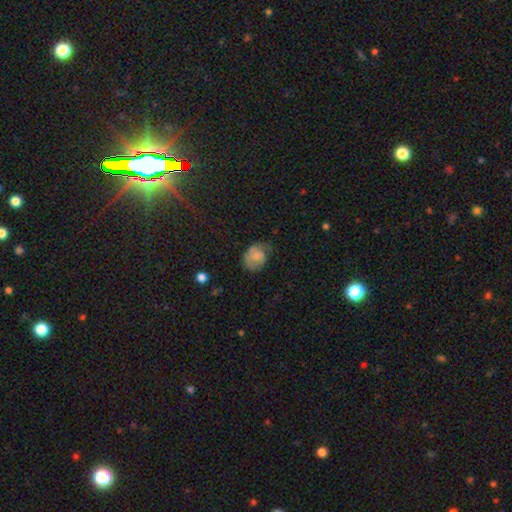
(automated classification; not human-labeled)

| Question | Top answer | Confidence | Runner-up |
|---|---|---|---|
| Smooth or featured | smooth | 69% | featured or disk (21%) |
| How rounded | round | 54% | in between (45%) |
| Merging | none | 41% | minor disturbance (36%) |